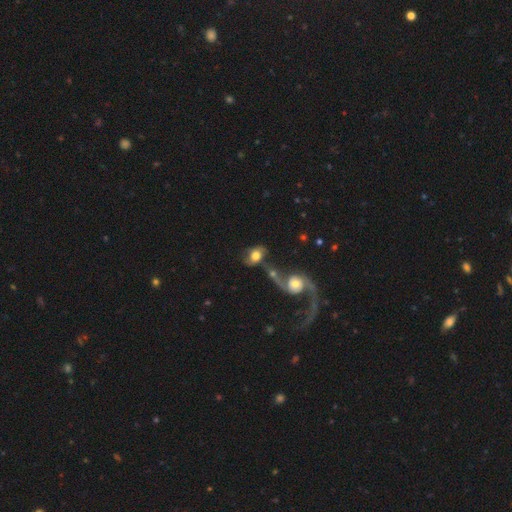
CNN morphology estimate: smooth-or-featured: smooth: 50% | featured or disk: 42% | star or artifact: 8%
  how-rounded: in between: 71% | round: 27% | cigar-shaped: 2%
  merging: merger: 44% | none: 29% | minor disturbance: 14% | major disturbance: 13%